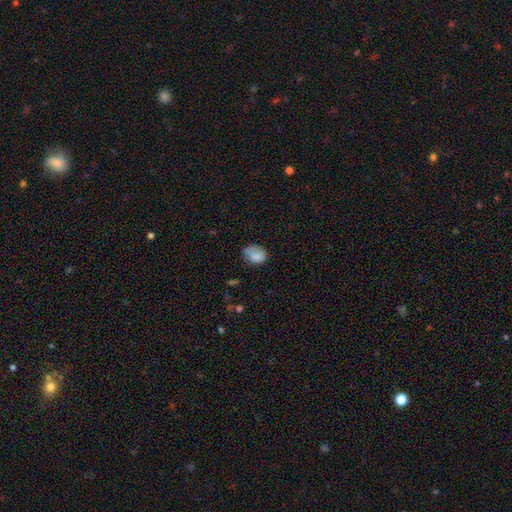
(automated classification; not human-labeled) Smooth or featured?
  - smooth: 80% *
  - featured or disk: 11%
  - star or artifact: 10%
How rounded?
  - in between: 57% *
  - round: 42%
  - cigar-shaped: 1%
Merging?
  - none: 52% *
  - minor disturbance: 33%
  - major disturbance: 11%
  - merger: 4%